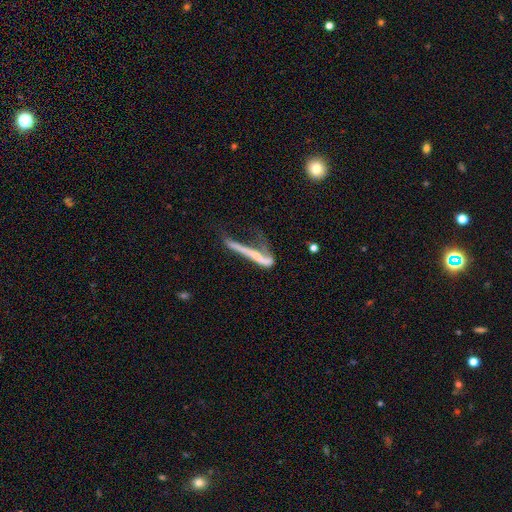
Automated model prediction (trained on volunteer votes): A featured or disk galaxy (59%) viewed edge-on (62%). Merging: major disturbance (45%).